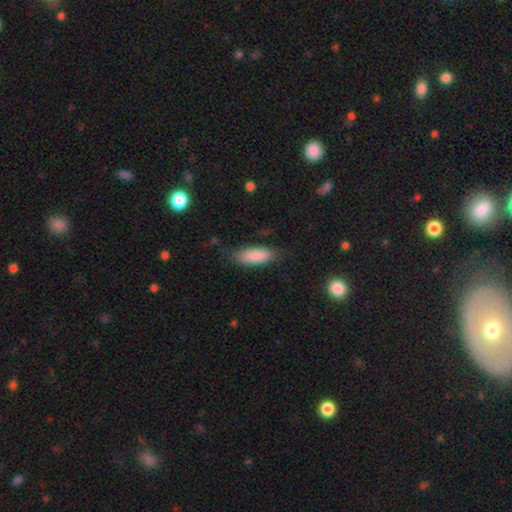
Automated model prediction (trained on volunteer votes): smooth_or_featured: smooth (p=0.88) [alt: featured or disk p=0.06]
how_rounded: in between (p=0.73) [alt: cigar-shaped p=0.26]
merging: none (p=0.78) [alt: minor disturbance p=0.16]